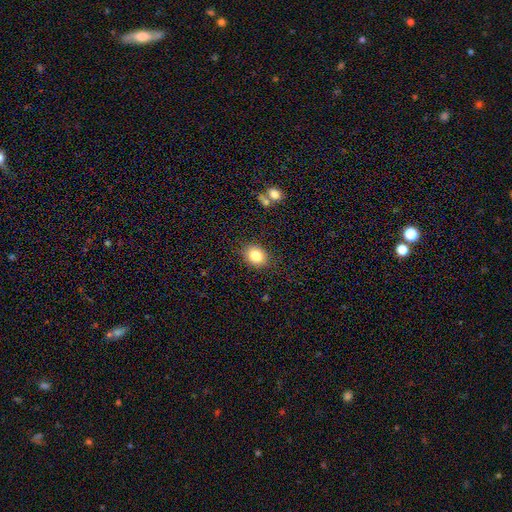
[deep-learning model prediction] Overall: smooth (82%). How rounded: round (50%; in between 49%). Merging: none (86%).